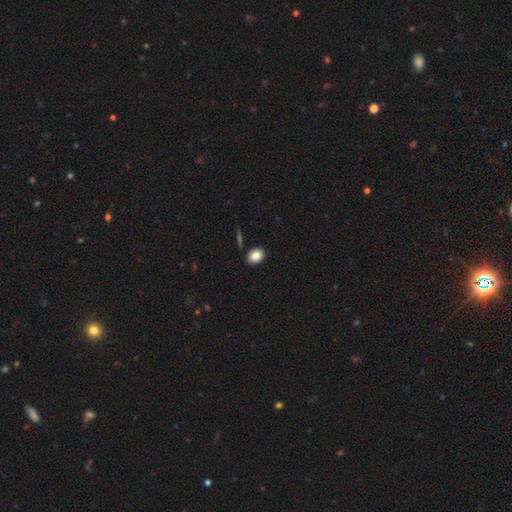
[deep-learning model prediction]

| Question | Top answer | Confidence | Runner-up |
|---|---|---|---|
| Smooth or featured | smooth | 85% | star or artifact (8%) |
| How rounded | in between | 68% | round (30%) |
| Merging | none | 87% | minor disturbance (8%) |